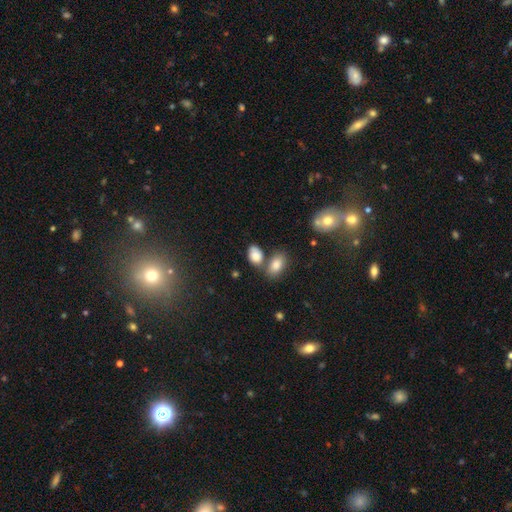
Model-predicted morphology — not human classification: type=smooth (84%); roundness=in between (88%); merging=none (53%).